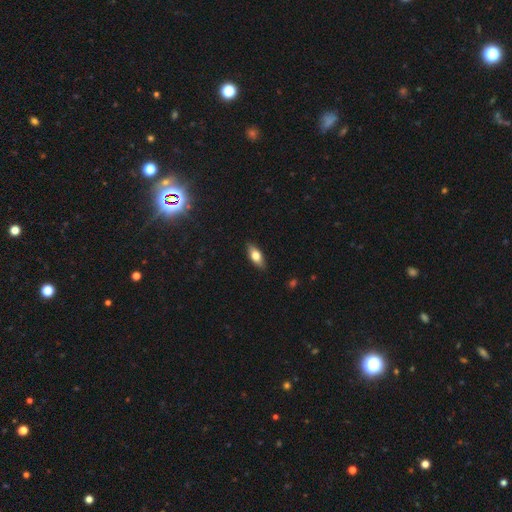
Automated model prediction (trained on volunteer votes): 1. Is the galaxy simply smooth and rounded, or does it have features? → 68% smooth, 26% featured or disk, 6% star or artifact.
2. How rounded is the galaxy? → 78% in between, 19% cigar-shaped, 3% round.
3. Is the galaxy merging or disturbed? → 88% none, 9% minor disturbance, 2% major disturbance, 1% merger.